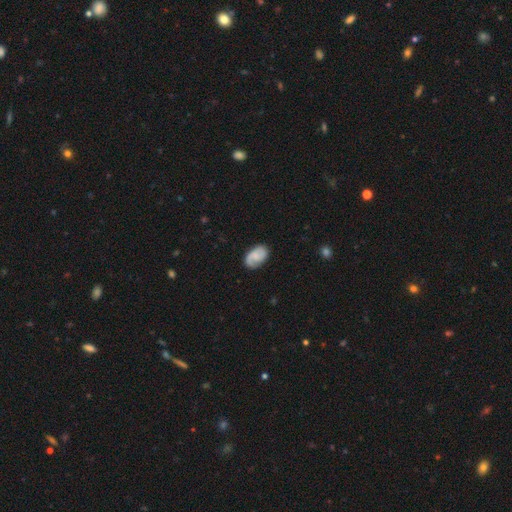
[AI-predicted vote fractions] A smooth galaxy with no disk features (48%).

Vote fractions:
- Smooth or featured? smooth: 48% / featured or disk: 45% / star or artifact: 7%
- Merging? none: 73% / minor disturbance: 19% / major disturbance: 6% / merger: 1%